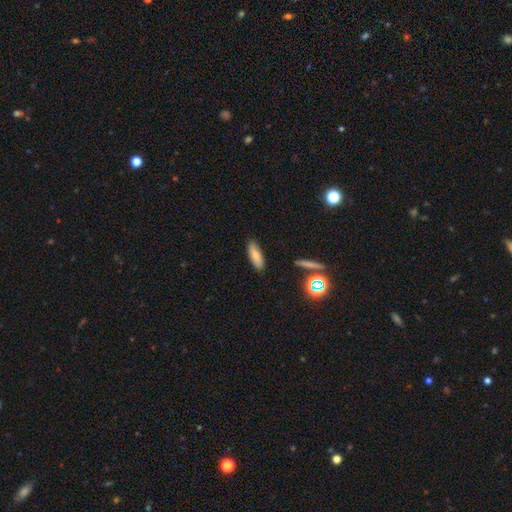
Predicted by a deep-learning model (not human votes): A smooth galaxy with no disk features (75%) that is in between round and cigar-shaped (58%). Merging: none (86%).